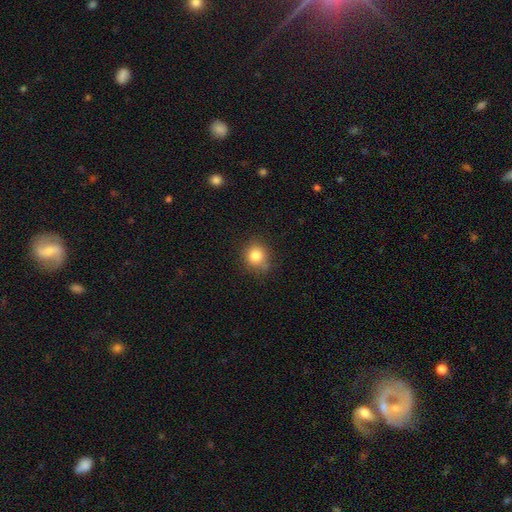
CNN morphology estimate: A smooth galaxy with no disk features (81%) that is round (84%). Merging: none (78%).